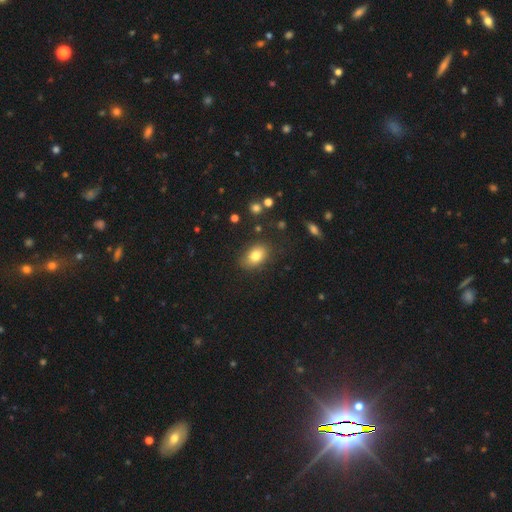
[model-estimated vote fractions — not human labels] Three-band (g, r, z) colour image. It shows a smooth galaxy with no disk features (81%) that is in between round and cigar-shaped (83%). Merging: none (82%).